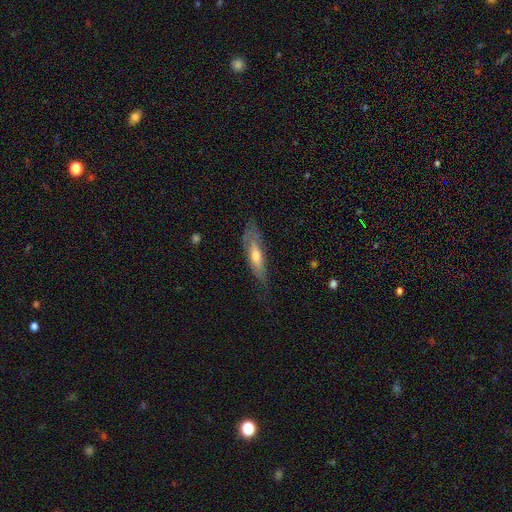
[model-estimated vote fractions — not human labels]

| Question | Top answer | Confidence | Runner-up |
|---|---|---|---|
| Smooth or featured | smooth | 47% | tied: featured or disk (47%) |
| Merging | none | 63% | minor disturbance (25%) |